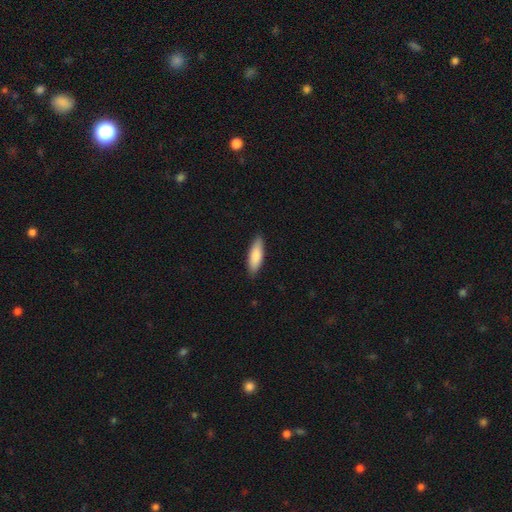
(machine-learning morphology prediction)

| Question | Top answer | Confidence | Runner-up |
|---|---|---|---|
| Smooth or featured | smooth | 84% | featured or disk (11%) |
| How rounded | in between | 56% | cigar-shaped (42%) |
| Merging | none | 87% | minor disturbance (10%) |